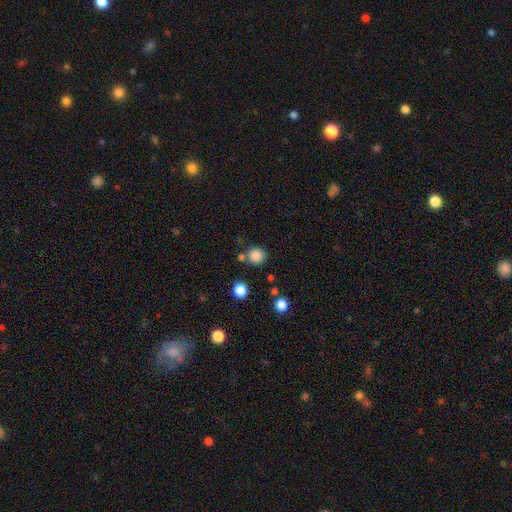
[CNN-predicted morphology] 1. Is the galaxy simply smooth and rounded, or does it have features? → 84% smooth, 12% star or artifact, 5% featured or disk.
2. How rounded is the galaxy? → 90% round, 9% in between, 1% cigar-shaped.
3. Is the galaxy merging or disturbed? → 75% none, 12% merger, 10% minor disturbance, 4% major disturbance.